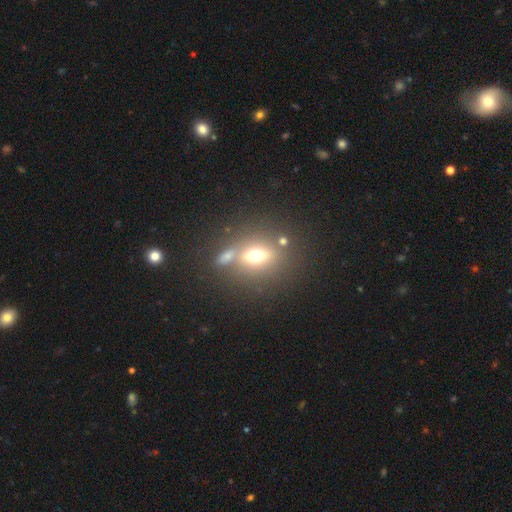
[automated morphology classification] This appears to be a smooth galaxy with no disk features (55%) that is in between round and cigar-shaped (59%). Merging: none (59%).